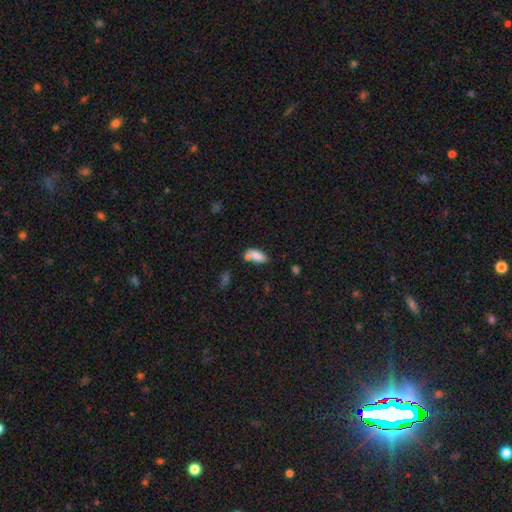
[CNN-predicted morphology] smooth 80%, featured or disk 12%, star or artifact 8%. Down the decision tree: how rounded — in between (87%); merging — none (44%).